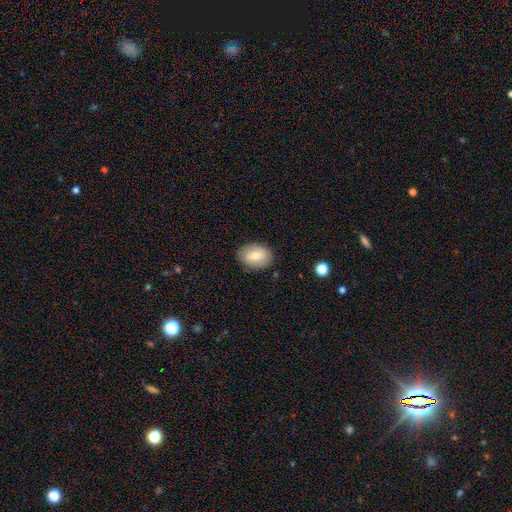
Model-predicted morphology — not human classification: The model was most divided on "smooth or featured": smooth: 72%, featured or disk: 21%, star or artifact: 7%. More confident: merging — none (84%); how rounded — in between (79%).